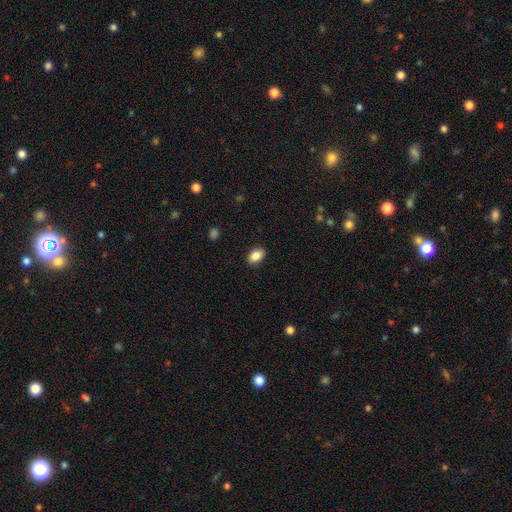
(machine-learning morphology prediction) A smooth galaxy with no disk features (88%) that is in between round and cigar-shaped (85%).

Vote fractions:
- Smooth or featured? smooth: 88% / star or artifact: 8% / featured or disk: 4%
- How rounded? in between: 85% / round: 14% / cigar-shaped: 1%
- Merging? none: 89% / minor disturbance: 8% / major disturbance: 2% / merger: 1%